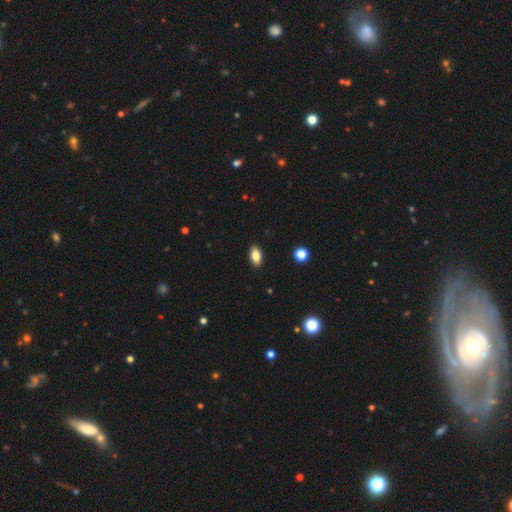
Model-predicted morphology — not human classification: This appears to be a smooth galaxy with no disk features (83%) that is in between round and cigar-shaped (91%). Merging: none (90%).